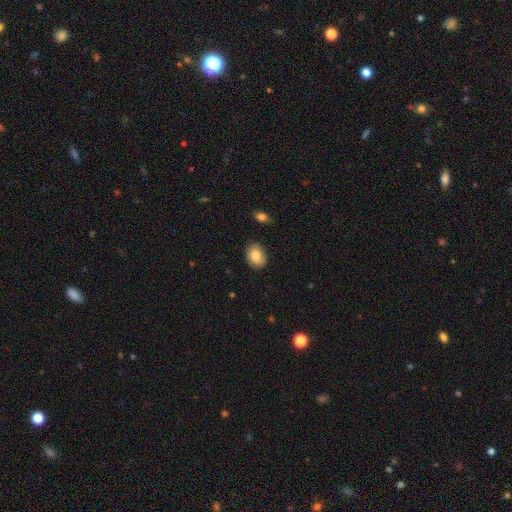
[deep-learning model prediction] Q: Smooth or featured?
A: smooth (81%); runner-up: featured or disk (11%)
Q: How rounded?
A: in between (72%); runner-up: round (27%)
Q: Merging?
A: none (74%); runner-up: minor disturbance (20%)